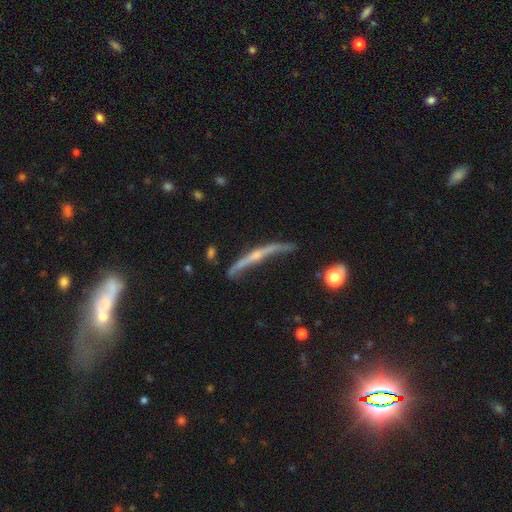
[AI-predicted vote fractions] featured or disk 73%, smooth 19%, star or artifact 8%. Down the decision tree: edge-on disk — yes (90%); edge-on bulge — rounded (67%); merging — none (46%).